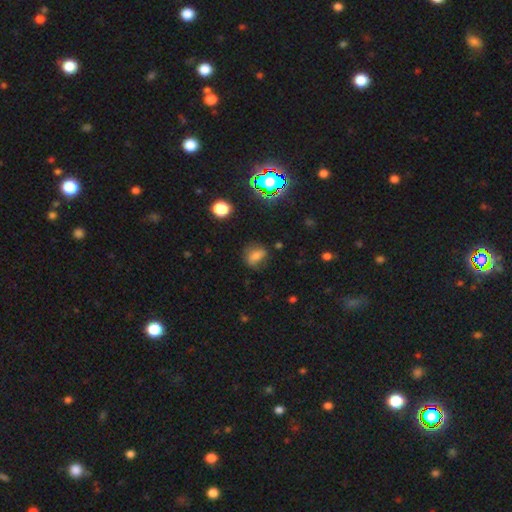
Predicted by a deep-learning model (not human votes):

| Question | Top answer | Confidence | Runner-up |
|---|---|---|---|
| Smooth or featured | smooth | 67% | star or artifact (19%) |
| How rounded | in between | 67% | round (28%) |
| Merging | none | 64% | minor disturbance (24%) |